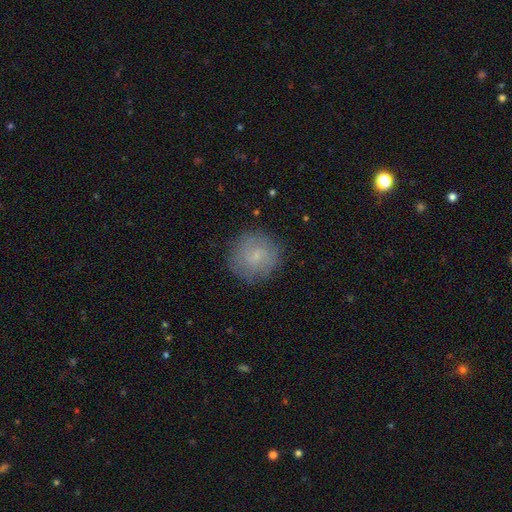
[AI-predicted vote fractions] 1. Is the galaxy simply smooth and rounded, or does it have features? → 59% smooth, 31% featured or disk, 10% star or artifact.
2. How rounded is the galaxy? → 91% round, 8% in between, 1% cigar-shaped.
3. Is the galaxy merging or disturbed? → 83% none, 12% minor disturbance, 4% major disturbance, 1% merger.